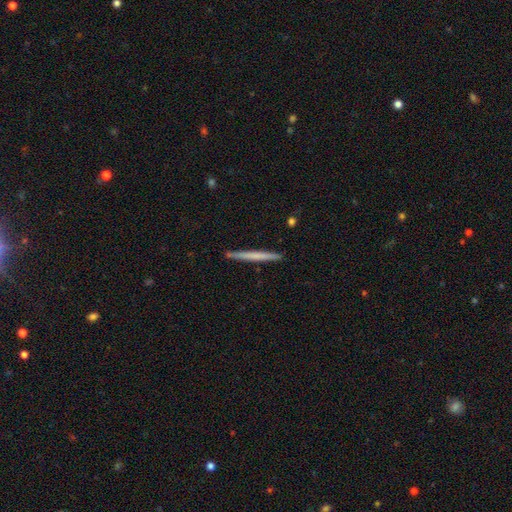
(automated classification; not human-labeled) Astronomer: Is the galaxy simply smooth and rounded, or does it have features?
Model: smooth — 55% (runner-up: featured or disk, 40%).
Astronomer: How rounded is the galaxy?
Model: cigar-shaped — 97%.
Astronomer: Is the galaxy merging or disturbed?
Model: none — 91%.